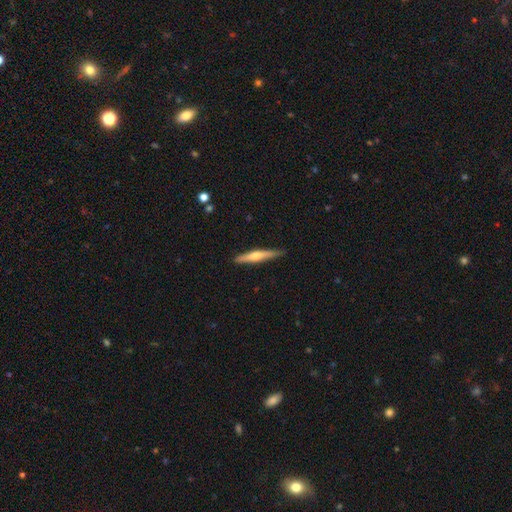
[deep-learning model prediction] Overall: featured or disk (55%; smooth 40%). Edge-on disk: yes (96%). Edge-on bulge: rounded (82%). Merging: none (87%).